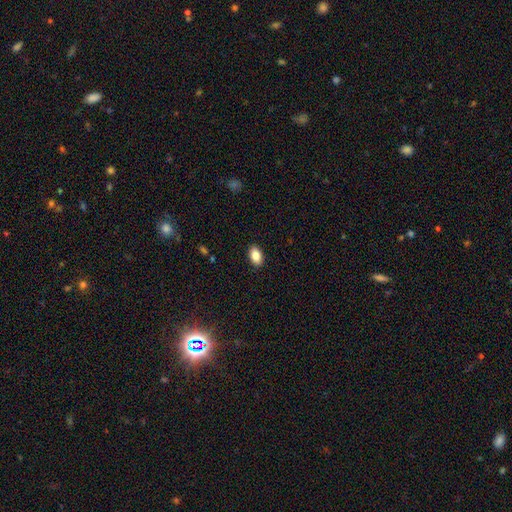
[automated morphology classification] smooth_or_featured: smooth (p=0.84) [alt: featured or disk p=0.08]
how_rounded: in between (p=0.91) [alt: round p=0.07]
merging: none (p=0.89) [alt: minor disturbance p=0.08]